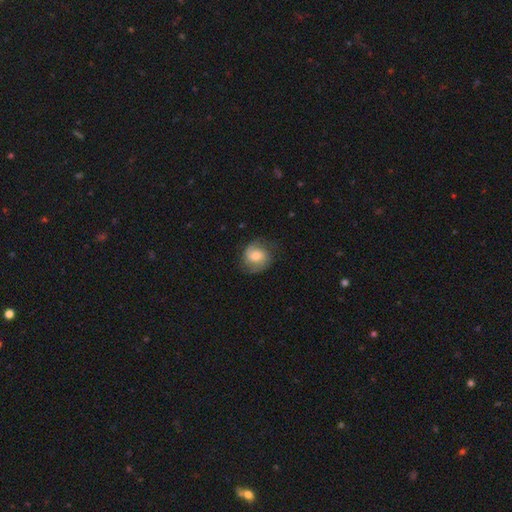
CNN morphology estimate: Smooth or featured?
  - featured or disk: 58% *
  - smooth: 34%
  - star or artifact: 8%
Edge-on disk?
  - no: 98% *
  - yes: 2%
Bar?
  - no: 54% *
  - weak: 39%
  - strong: 8%
Spiral arms?
  - yes: 91% *
  - no: 9%
Spiral winding?
  - medium: 47% *
  - tight: 30%
  - loose: 23%
Spiral arm count?
  - 2: 82% *
  - can't tell: 8%
  - 1: 5%
  - 3: 2%
  - 4: 1%
  - more than 4: 1%
Bulge size?
  - moderate: 57% *
  - small: 25%
  - large: 13%
  - none: 4%
  - dominant: 2%
Merging?
  - none: 73% *
  - minor disturbance: 18%
  - major disturbance: 7%
  - merger: 1%